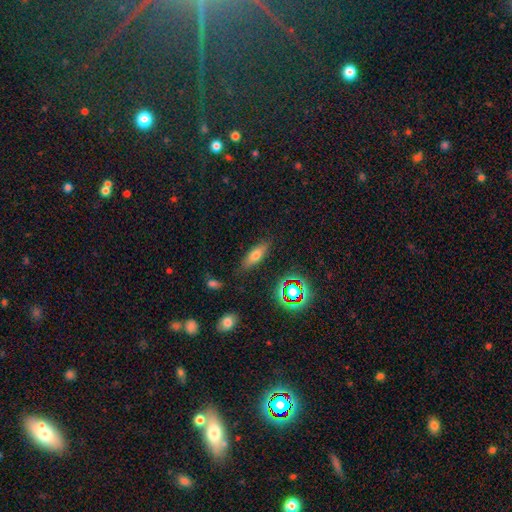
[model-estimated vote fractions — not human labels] Smooth or featured? Predicted: smooth (p=0.64). How rounded? Predicted: in between (p=0.56). Merging? Predicted: none (p=0.83).